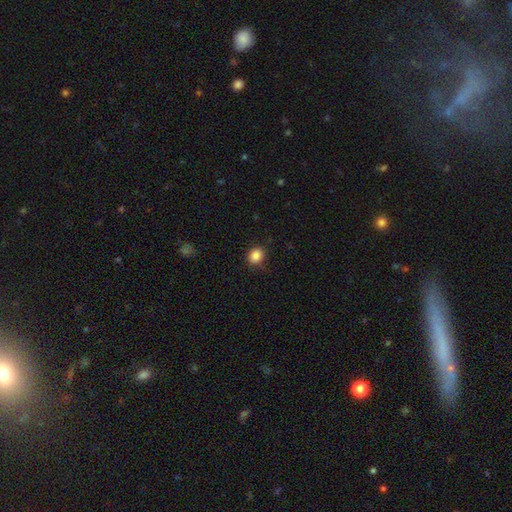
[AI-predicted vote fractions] Smooth or featured? smooth (86%)
How rounded? round (64%)
Merging? none (84%)